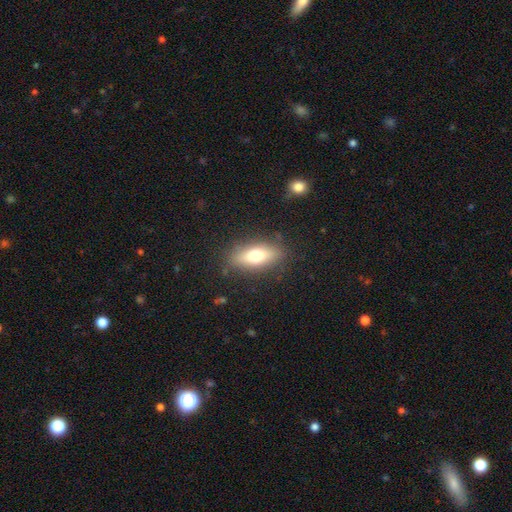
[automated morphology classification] A smooth galaxy with no disk features (68%) that is in between round and cigar-shaped (73%).

Vote fractions:
- Smooth or featured? smooth: 68% / featured or disk: 24% / star or artifact: 8%
- How rounded? in between: 73% / cigar-shaped: 22% / round: 5%
- Merging? none: 83% / minor disturbance: 12% / major disturbance: 4% / merger: 1%